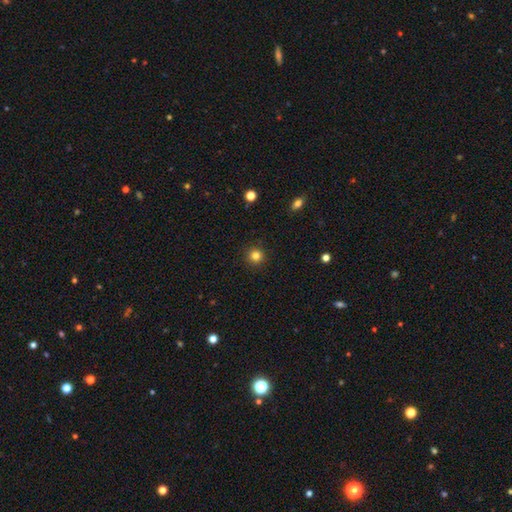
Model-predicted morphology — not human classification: This appears to be a smooth galaxy with no disk features (82%) that is round (95%). Merging: none (92%).